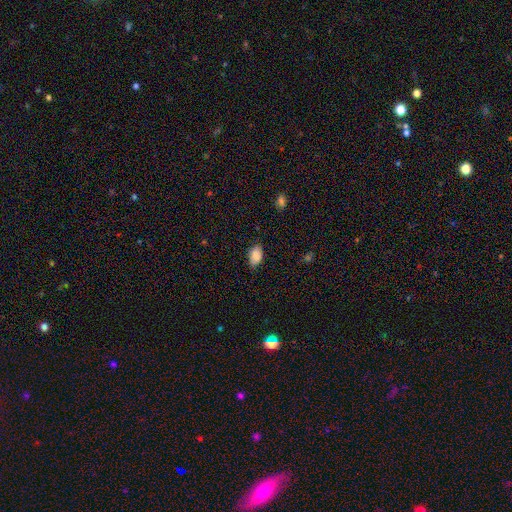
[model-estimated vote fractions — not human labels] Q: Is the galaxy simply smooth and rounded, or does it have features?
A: smooth — 87%.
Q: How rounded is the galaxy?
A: in between — 91%.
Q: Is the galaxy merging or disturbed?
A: none — 79%.